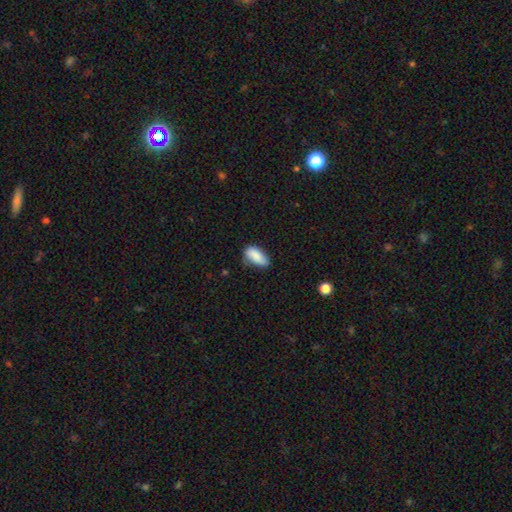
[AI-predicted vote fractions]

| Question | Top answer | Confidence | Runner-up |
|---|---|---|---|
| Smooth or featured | smooth | 86% | star or artifact (7%) |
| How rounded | in between | 90% | cigar-shaped (8%) |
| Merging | none | 64% | minor disturbance (29%) |